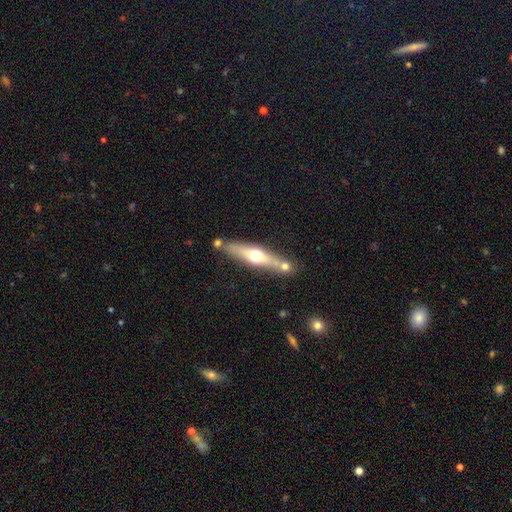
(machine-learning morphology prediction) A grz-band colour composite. It shows a featured or disk galaxy (54%) viewed edge-on (90%). Merging: none (67%).